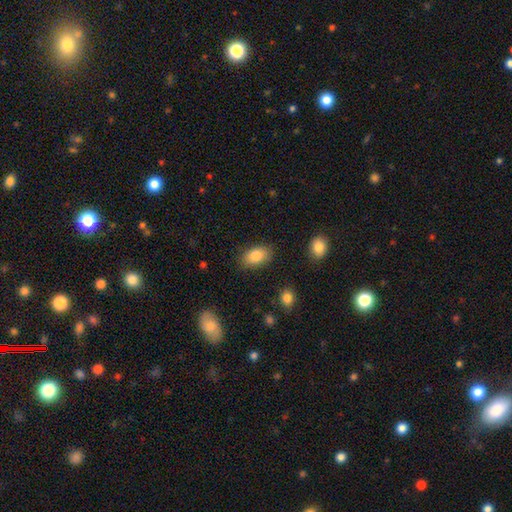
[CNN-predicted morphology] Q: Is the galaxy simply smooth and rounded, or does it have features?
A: smooth — 84%.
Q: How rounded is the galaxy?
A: in between — 90%.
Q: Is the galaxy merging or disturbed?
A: none — 84%.